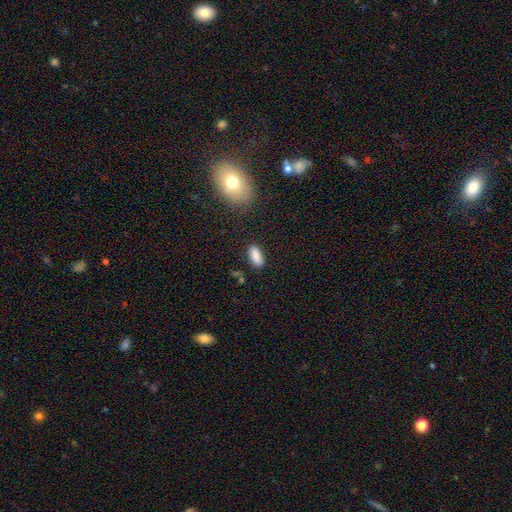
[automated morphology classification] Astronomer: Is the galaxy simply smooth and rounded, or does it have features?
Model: smooth — 86%.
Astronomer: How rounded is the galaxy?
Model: in between — 81%.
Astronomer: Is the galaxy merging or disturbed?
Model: none — 84%.